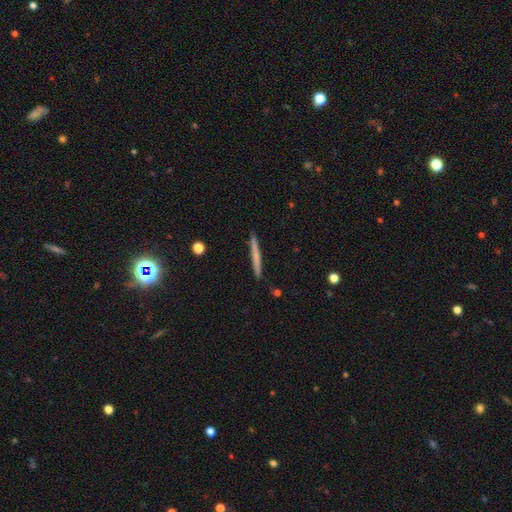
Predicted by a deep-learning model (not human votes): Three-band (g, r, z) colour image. It shows a smooth galaxy with no disk features (60%) that is cigar-shaped (97%). Merging: none (91%).